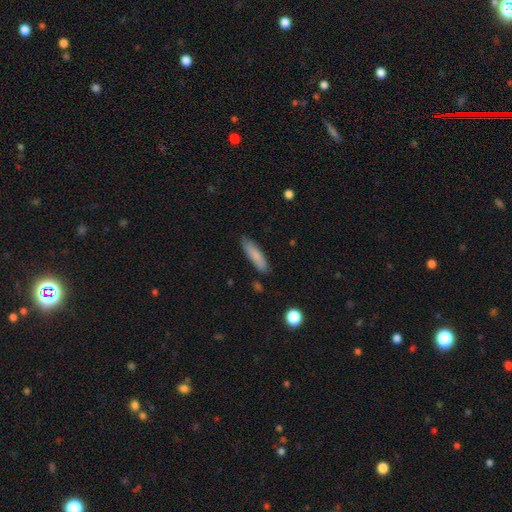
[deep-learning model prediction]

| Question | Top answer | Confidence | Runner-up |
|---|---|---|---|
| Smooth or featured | smooth | 81% | featured or disk (13%) |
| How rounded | cigar-shaped | 71% | in between (27%) |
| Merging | none | 83% | minor disturbance (13%) |